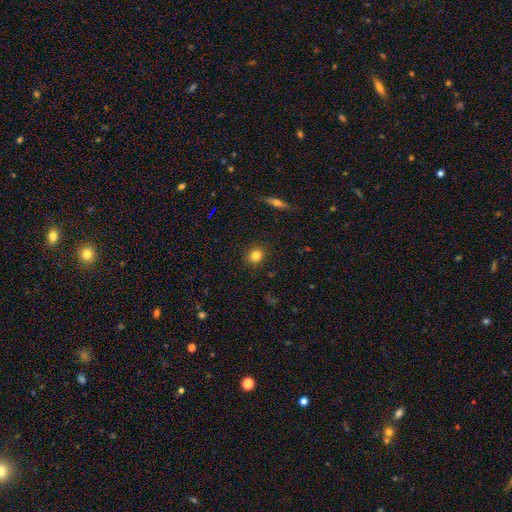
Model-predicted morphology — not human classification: smooth 82%, star or artifact 12%, featured or disk 7%. Down the decision tree: how rounded — round (86%); merging — none (90%).